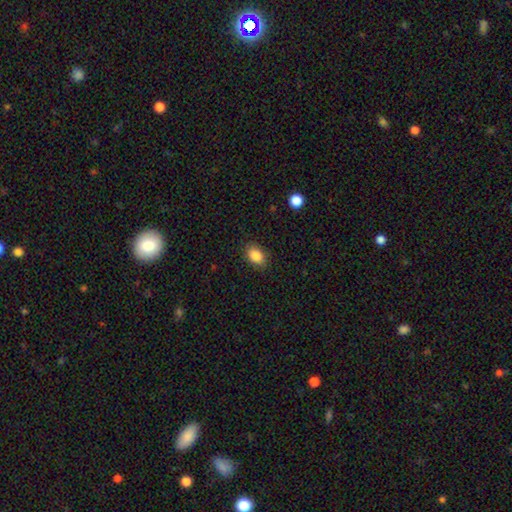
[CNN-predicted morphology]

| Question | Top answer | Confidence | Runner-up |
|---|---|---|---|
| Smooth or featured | smooth | 87% | star or artifact (9%) |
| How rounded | in between | 80% | round (19%) |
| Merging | none | 86% | minor disturbance (11%) |